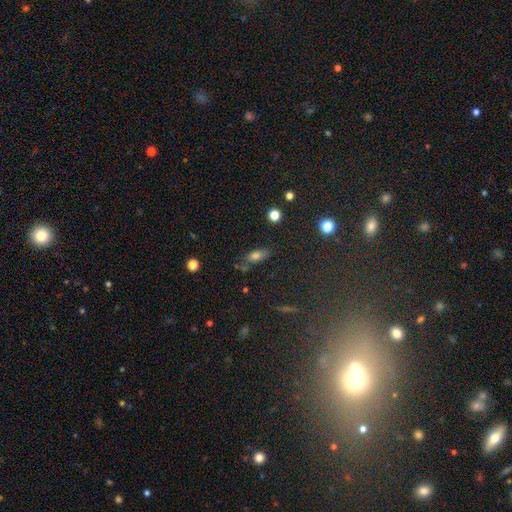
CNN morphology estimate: A smooth galaxy with no disk features (73%) that is in between round and cigar-shaped (78%). Merging: none (63%).